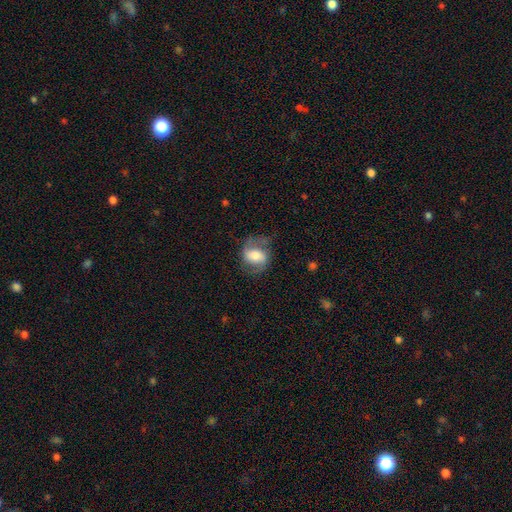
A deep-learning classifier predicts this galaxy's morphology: This appears to be a featured or disk galaxy (60%) with a weak bar (39%), spiral arms (84%) and a moderate central bulge (54%). Merging: none (67%).